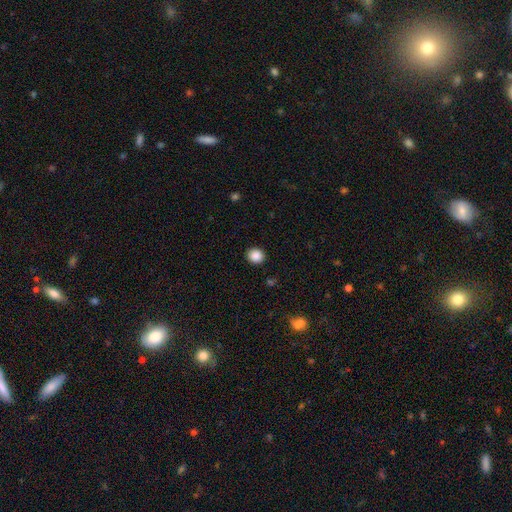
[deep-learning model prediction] smooth_or_featured: smooth (p=0.88) [alt: star or artifact p=0.09]
how_rounded: round (p=0.86) [alt: in between p=0.13]
merging: none (p=0.91) [alt: minor disturbance p=0.06]